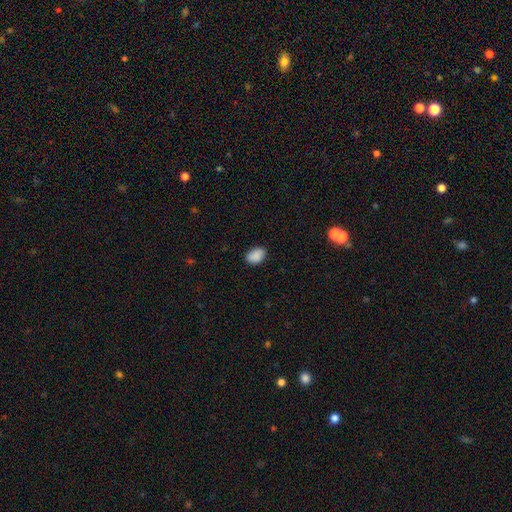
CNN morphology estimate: Smooth or featured? smooth (89%)
How rounded? in between (85%)
Merging? none (83%)